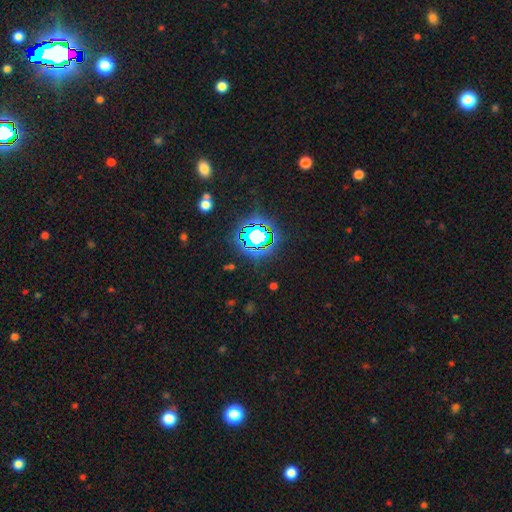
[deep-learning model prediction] A star or artifact, not a galaxy (82%).